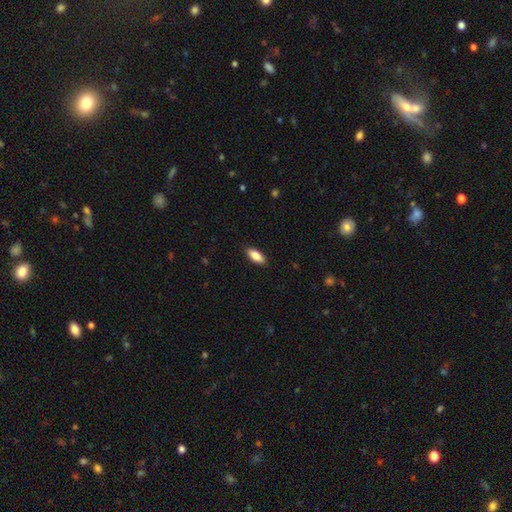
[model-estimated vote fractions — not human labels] This appears to be a smooth galaxy with no disk features (86%) that is in between round and cigar-shaped (83%). Merging: none (88%).